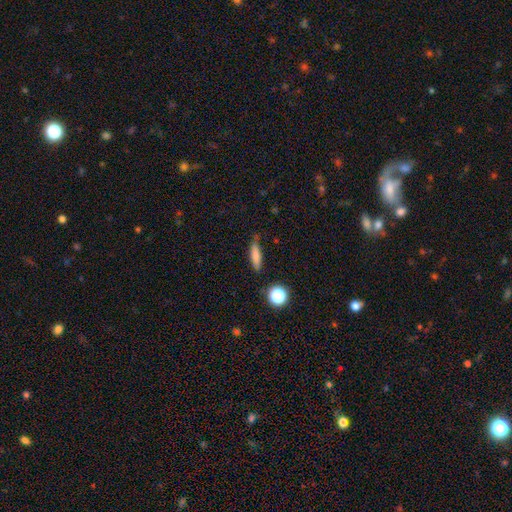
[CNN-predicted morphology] Smooth or featured? Predicted: smooth (p=0.76). How rounded? Predicted: cigar-shaped (p=0.71). Merging? Predicted: none (p=0.71).